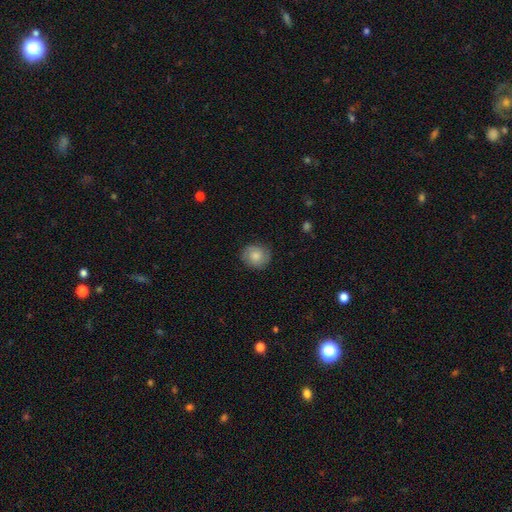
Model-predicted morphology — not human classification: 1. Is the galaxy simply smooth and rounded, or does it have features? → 68% smooth, 24% featured or disk, 8% star or artifact.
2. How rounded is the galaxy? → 83% round, 16% in between, 1% cigar-shaped.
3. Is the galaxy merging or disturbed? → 83% none, 13% minor disturbance, 3% major disturbance, 1% merger.